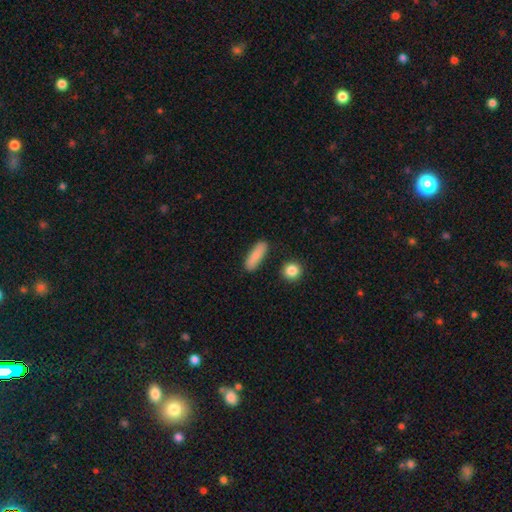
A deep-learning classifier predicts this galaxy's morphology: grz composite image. It shows a smooth galaxy with no disk features (83%) that is cigar-shaped (55%). Merging: none (83%).